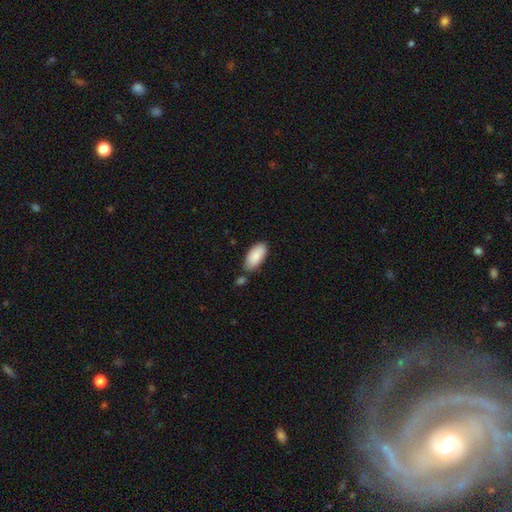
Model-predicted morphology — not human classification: Smooth or featured: smooth — 87% (featured or disk — 7%)
How rounded: in between — 92% (cigar-shaped — 6%)
Merging: none — 72% (minor disturbance — 15%)